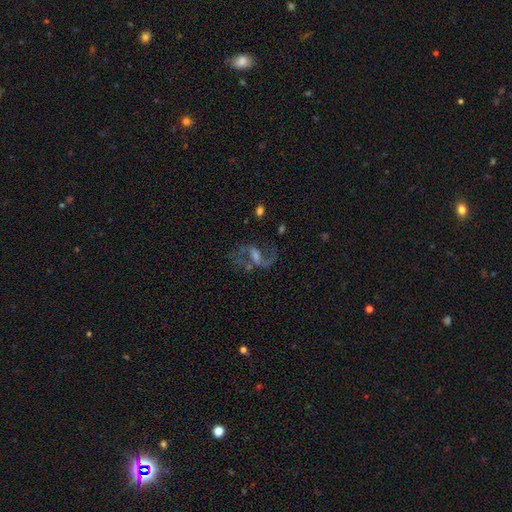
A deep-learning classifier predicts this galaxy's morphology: Smooth or featured? featured or disk (82%)
Edge-on disk? no (96%)
Bar? weak (51%)
Spiral arms? yes (92%)
Spiral winding? loose (61%)
Spiral arm count? 2 (86%)
Bulge size? small (37%)
Merging? none (60%)